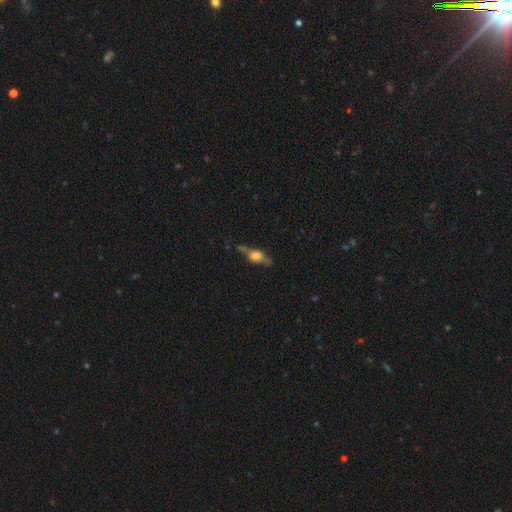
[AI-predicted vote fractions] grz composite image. It shows a featured or disk galaxy (66%) viewed edge-on (91%) with a rounded central bulge (89%). Merging: none (71%).